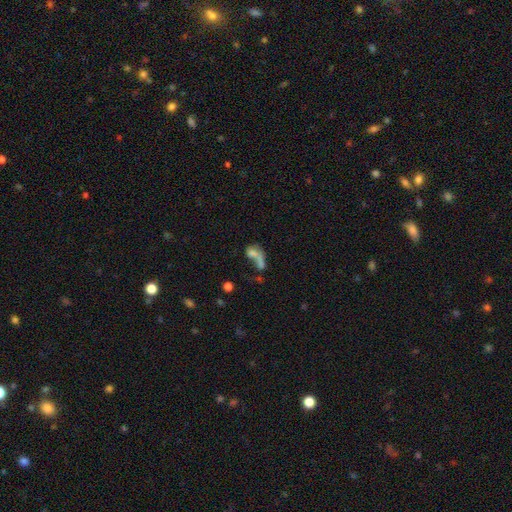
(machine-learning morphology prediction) This is possibly a smooth galaxy (59%). How rounded: likely in between (69%). Merging: possibly merger (52%).